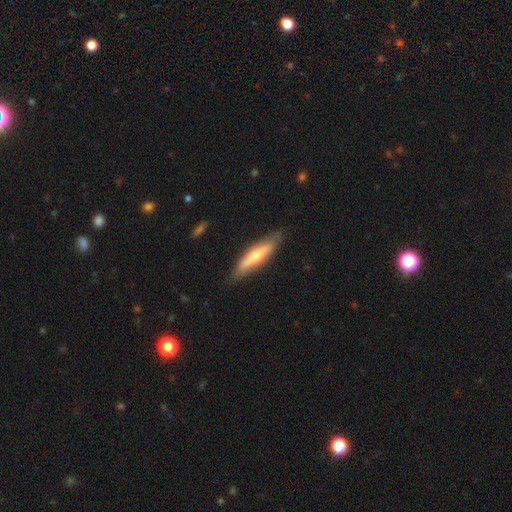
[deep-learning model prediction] smooth 51%, featured or disk 44%, star or artifact 5%. Down the decision tree: how rounded — cigar-shaped (73%); merging — none (79%).